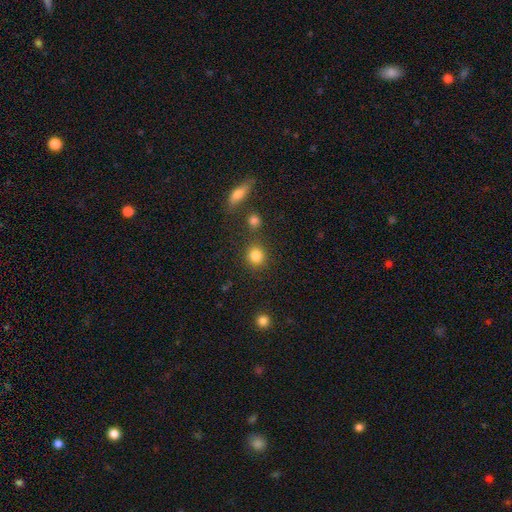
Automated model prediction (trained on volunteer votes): Smooth or featured? smooth (84%)
How rounded? round (87%)
Merging? none (81%)